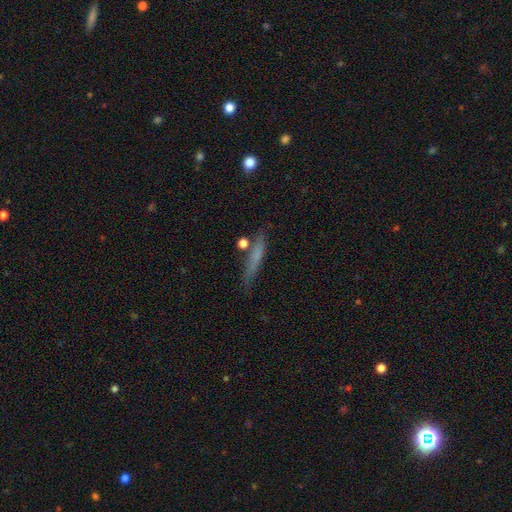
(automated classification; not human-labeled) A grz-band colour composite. It shows a smooth galaxy with no disk features (64%) that is cigar-shaped (89%). Merging: none (72%).